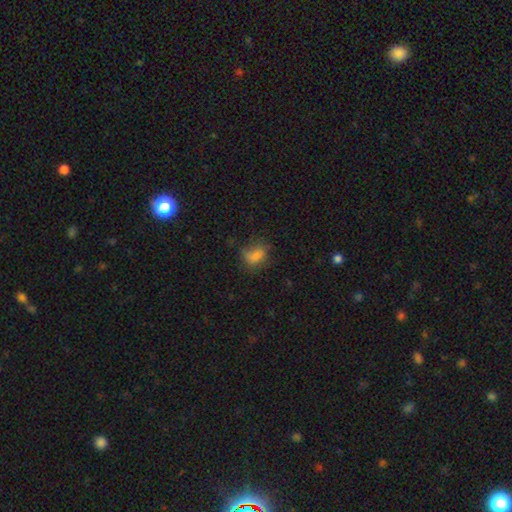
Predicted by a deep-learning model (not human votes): Smooth or featured? smooth (71%)
How rounded? in between (68%)
Merging? none (54%)